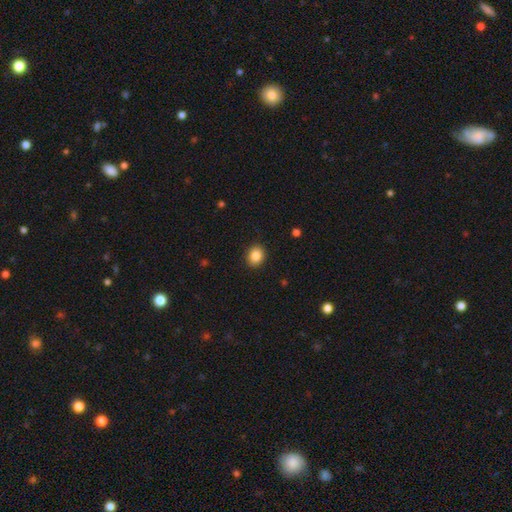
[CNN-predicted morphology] type=smooth (85%); roundness=round (68%); merging=none (91%).